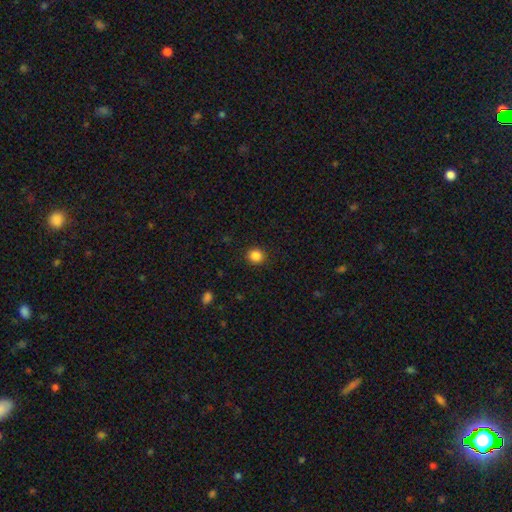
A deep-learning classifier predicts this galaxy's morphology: A smooth galaxy with no disk features (86%) that is round (86%). Merging: none (91%).